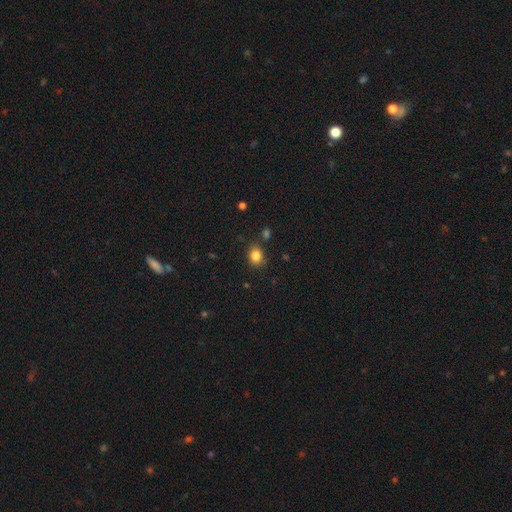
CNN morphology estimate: Smooth or featured: smooth — 83% (star or artifact — 11%)
How rounded: round — 58% (in between — 41%)
Merging: none — 80% (minor disturbance — 12%)